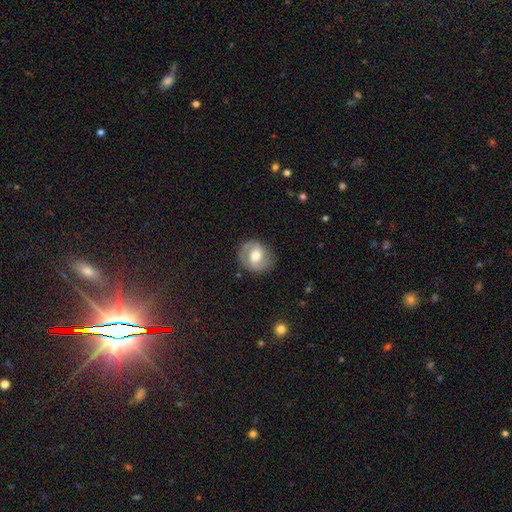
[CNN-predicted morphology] smooth-or-featured: featured or disk: 53% | smooth: 40% | star or artifact: 7%
  disk-edge-on: no: 96% | yes: 4%
    bar: weak: 42% | no: 39% | strong: 19%
    has-spiral-arms: yes: 71% | no: 29%
    bulge-size: moderate: 70% | large: 14% | small: 13% | dominant: 1% | none: 1%
  merging: none: 79% | minor disturbance: 14% | major disturbance: 5% | merger: 1%